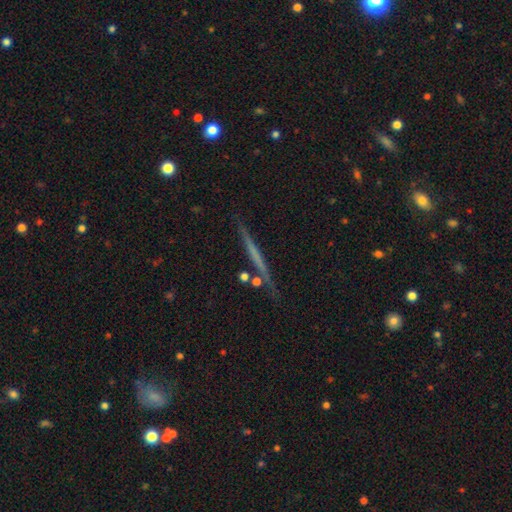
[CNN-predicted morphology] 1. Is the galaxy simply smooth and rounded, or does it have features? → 56% featured or disk, 37% smooth, 7% star or artifact.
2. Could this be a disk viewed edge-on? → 96% yes, 4% no.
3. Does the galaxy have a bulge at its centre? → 87% none, 8% rounded, 5% boxy.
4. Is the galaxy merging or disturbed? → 86% none, 9% minor disturbance, 3% merger, 2% major disturbance.